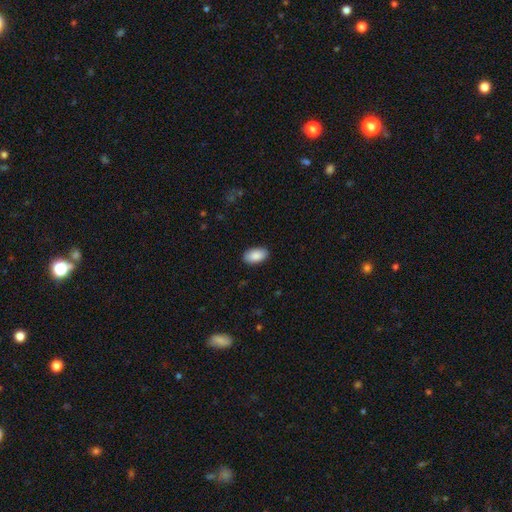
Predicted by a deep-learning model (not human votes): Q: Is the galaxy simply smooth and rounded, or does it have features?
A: smooth — 89%.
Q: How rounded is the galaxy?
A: in between — 95%.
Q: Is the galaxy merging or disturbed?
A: none — 89%.